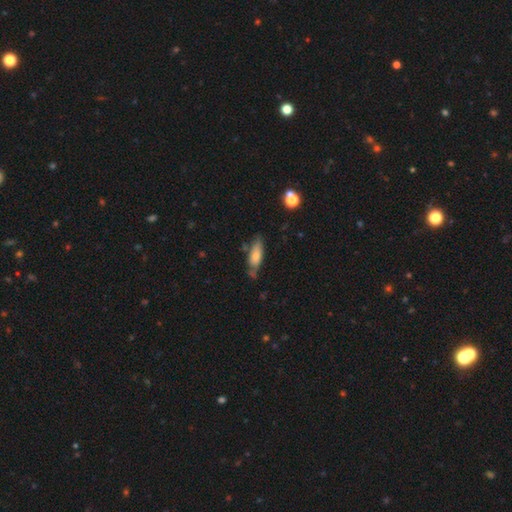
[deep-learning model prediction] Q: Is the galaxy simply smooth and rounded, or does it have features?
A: smooth — 66%.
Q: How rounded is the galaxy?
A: in between — 58%.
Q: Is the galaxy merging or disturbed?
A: none — 59%.